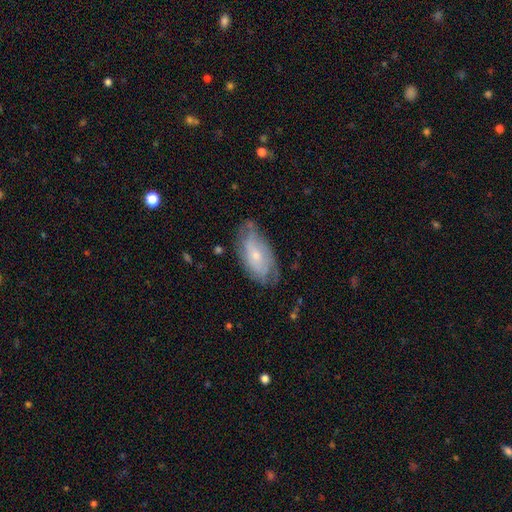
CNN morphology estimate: Overall: featured or disk (58%; smooth 36%). Edge-on disk: no (91%). Bar: no (74%). Spiral arms: yes (74%). Bulge size: small (60%; moderate 35%). Merging: none (62%; minor disturbance 27%).